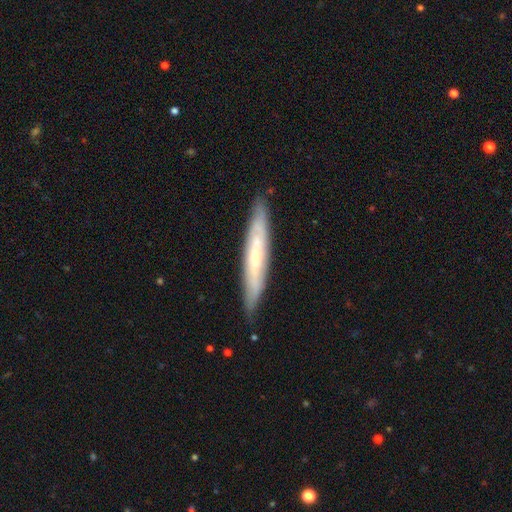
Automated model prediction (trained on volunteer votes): featured or disk 54%, smooth 40%, star or artifact 6%. Down the decision tree: edge-on disk — yes (76%); merging — none (85%).